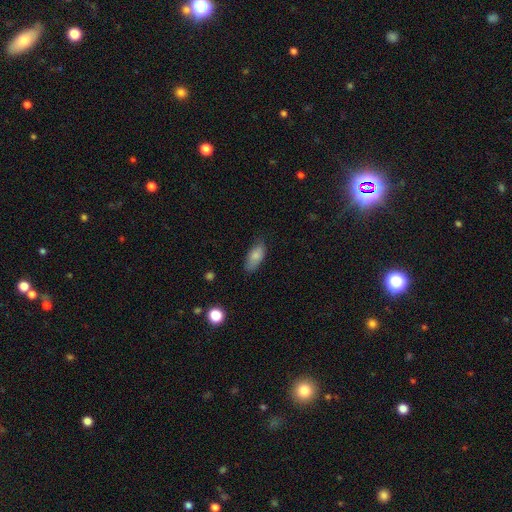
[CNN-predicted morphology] smooth 82%, featured or disk 11%, star or artifact 7%. Down the decision tree: how rounded — in between (87%); merging — none (73%).